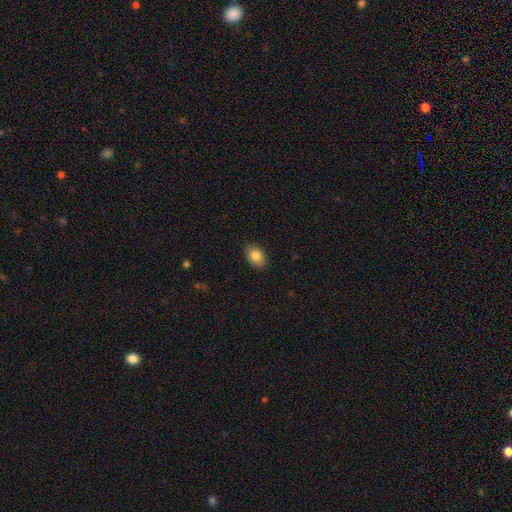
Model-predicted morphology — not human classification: Smooth or featured? Predicted: smooth (p=0.86). How rounded? Predicted: in between (p=0.80). Merging? Predicted: none (p=0.87).